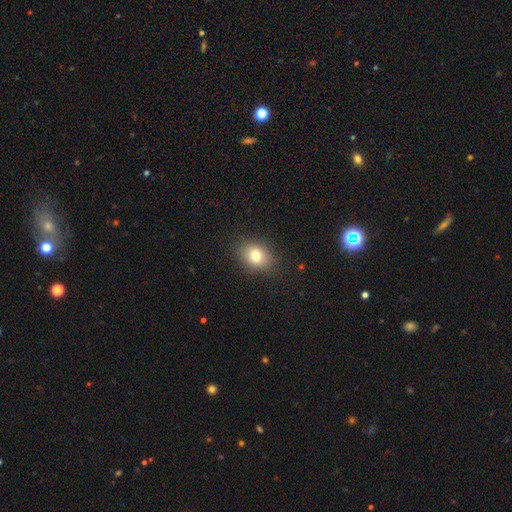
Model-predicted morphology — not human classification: smooth_or_featured: smooth (p=0.79) [alt: star or artifact p=0.11]
how_rounded: in between (p=0.58) [alt: round p=0.40]
merging: none (p=0.86) [alt: minor disturbance p=0.10]